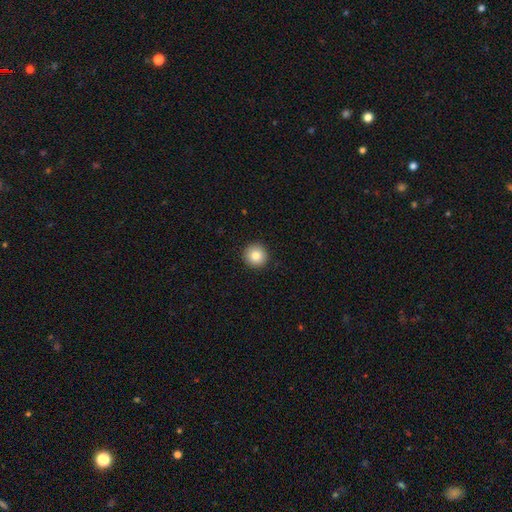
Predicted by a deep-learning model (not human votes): This is clearly a smooth galaxy (84%). How rounded: clearly round (95%). Merging: clearly none (93%).